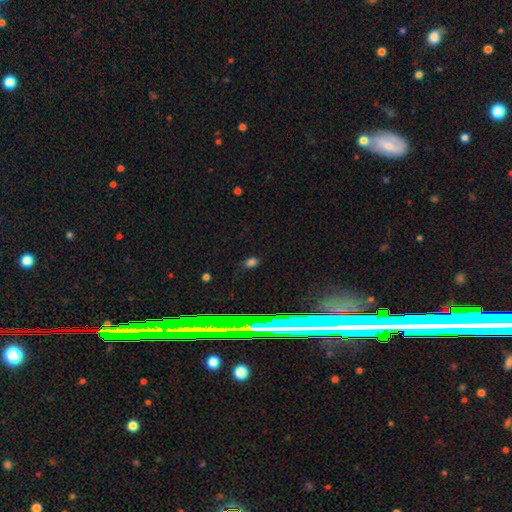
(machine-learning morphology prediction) smooth-or-featured: star or artifact: 68% | featured or disk: 20% | smooth: 12%